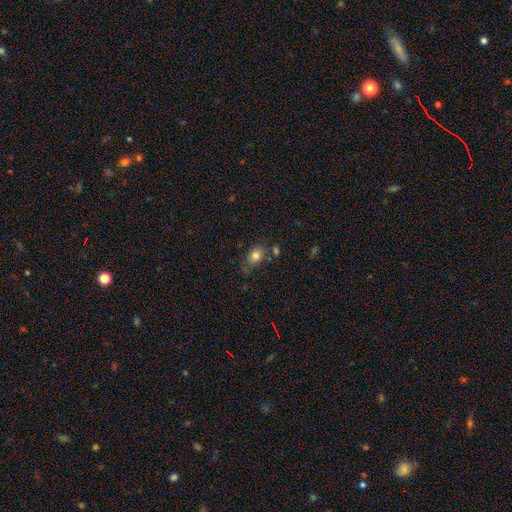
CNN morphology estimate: type=smooth (80%); roundness=in between (75%); merging=none (64%).